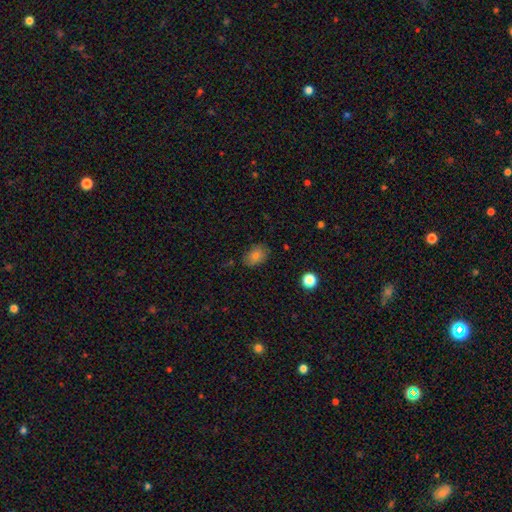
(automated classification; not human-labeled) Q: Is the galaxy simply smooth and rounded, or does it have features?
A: smooth — 79%.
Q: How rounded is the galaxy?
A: in between — 77%.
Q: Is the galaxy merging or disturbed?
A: none — 80%.